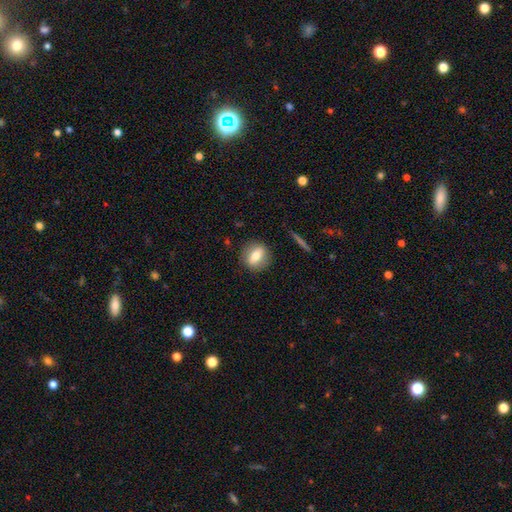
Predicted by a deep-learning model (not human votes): Q: Smooth or featured?
A: smooth (65%); runner-up: featured or disk (27%)
Q: How rounded?
A: round (58%); runner-up: in between (37%)
Q: Merging?
A: none (86%); runner-up: minor disturbance (10%)